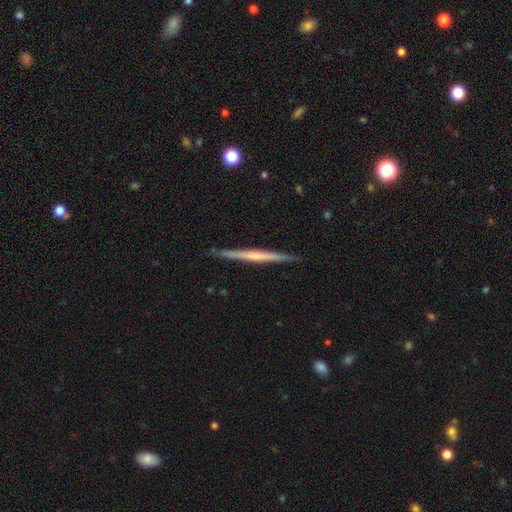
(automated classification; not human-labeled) Smooth or featured?
  - featured or disk: 64% *
  - smooth: 31%
  - star or artifact: 5%
Edge-on disk?
  - yes: 98% *
  - no: 2%
Edge-on bulge?
  - none: 64% *
  - rounded: 28%
  - boxy: 8%
Merging?
  - none: 91% *
  - minor disturbance: 7%
  - major disturbance: 1%
  - merger: 1%